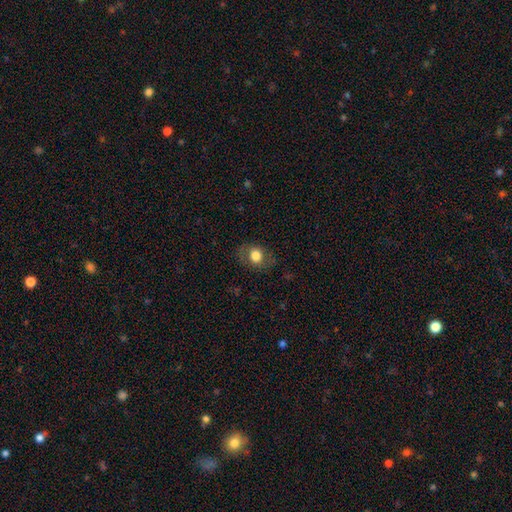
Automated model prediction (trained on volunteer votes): smooth-or-featured: smooth: 75% | featured or disk: 16% | star or artifact: 9%
  how-rounded: round: 53% | in between: 46% | cigar-shaped: 1%
  merging: none: 77% | minor disturbance: 15% | major disturbance: 7% | merger: 1%